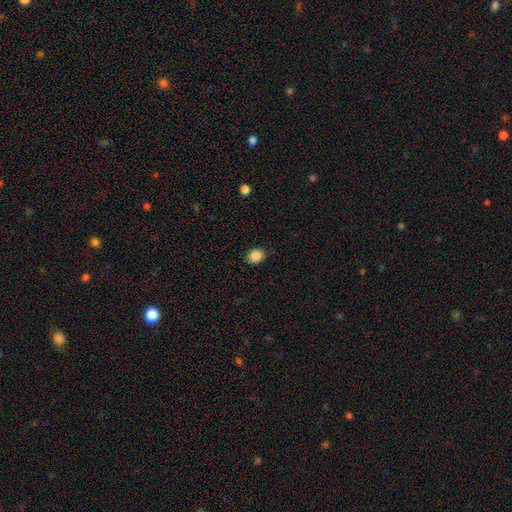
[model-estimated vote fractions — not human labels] Q: Smooth or featured?
A: smooth (86%); runner-up: star or artifact (10%)
Q: How rounded?
A: round (50%); runner-up: in between (49%)
Q: Merging?
A: none (86%); runner-up: minor disturbance (10%)